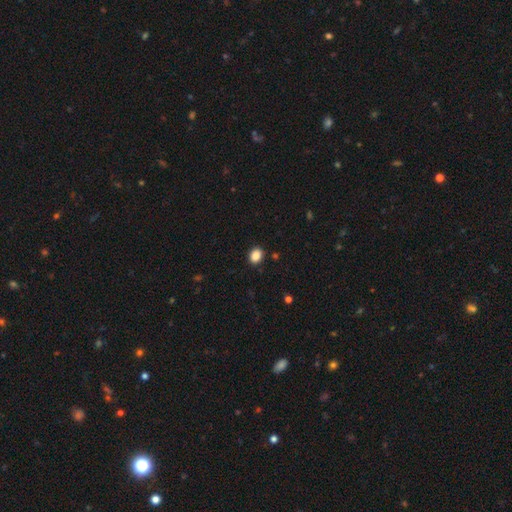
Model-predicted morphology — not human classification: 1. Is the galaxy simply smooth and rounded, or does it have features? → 88% smooth, 9% star or artifact, 3% featured or disk.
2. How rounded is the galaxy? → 59% in between, 40% round, 1% cigar-shaped.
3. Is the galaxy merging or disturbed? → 89% none, 8% minor disturbance, 2% major disturbance, 1% merger.